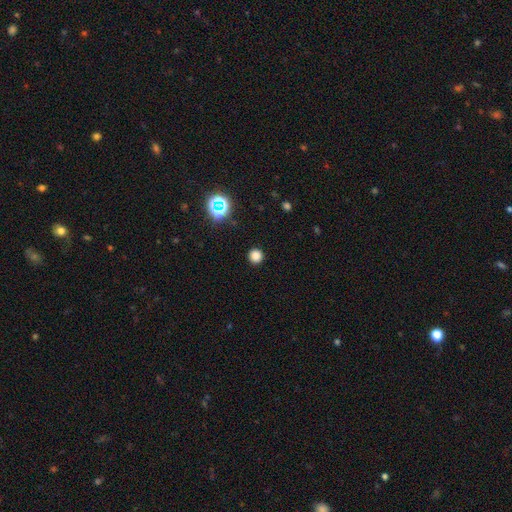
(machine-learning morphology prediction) smooth-or-featured: smooth: 80% | star or artifact: 16% | featured or disk: 3%
  how-rounded: round: 95% | in between: 4% | cigar-shaped: 1%
  merging: none: 92% | minor disturbance: 5% | major disturbance: 2% | merger: 1%